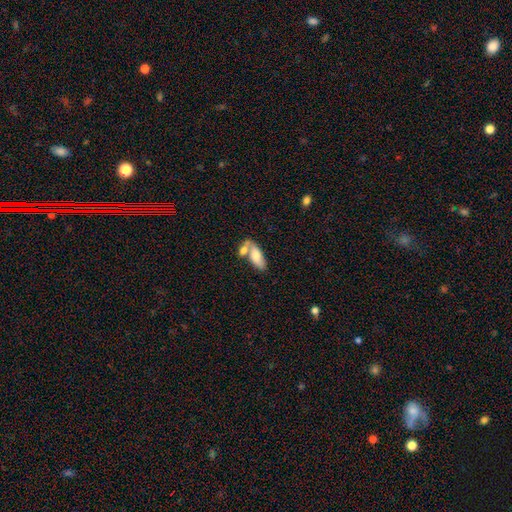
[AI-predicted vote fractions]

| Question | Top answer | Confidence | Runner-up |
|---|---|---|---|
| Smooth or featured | smooth | 67% | featured or disk (27%) |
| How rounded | in between | 80% | cigar-shaped (16%) |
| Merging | merger | 44% | none (38%) |